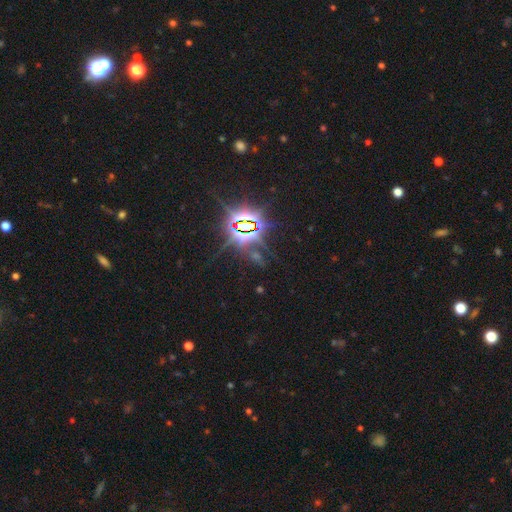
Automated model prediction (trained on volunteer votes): This appears to be a star or artifact, not a galaxy (82%).